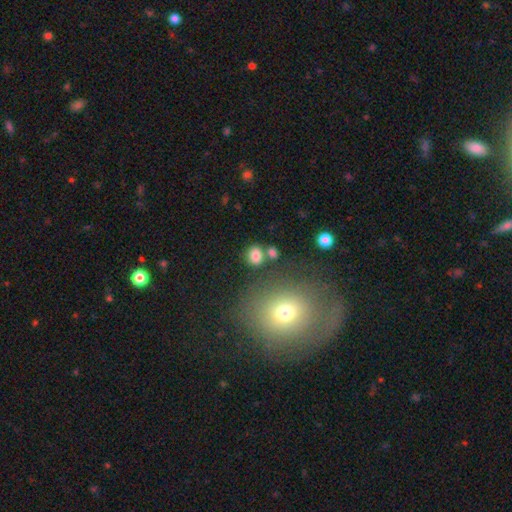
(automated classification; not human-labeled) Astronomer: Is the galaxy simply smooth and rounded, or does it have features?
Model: smooth — 81%.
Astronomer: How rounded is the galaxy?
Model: round — 65%.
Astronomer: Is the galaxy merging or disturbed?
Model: none — 73%.